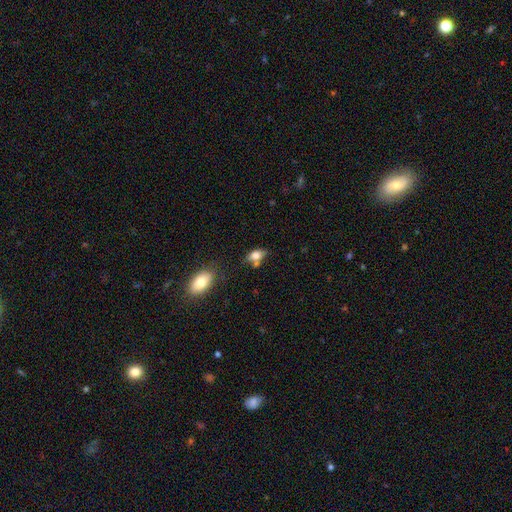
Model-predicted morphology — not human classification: Smooth or featured? Predicted: smooth (p=0.77). How rounded? Predicted: in between (p=0.82). Merging? Predicted: none (p=0.53).